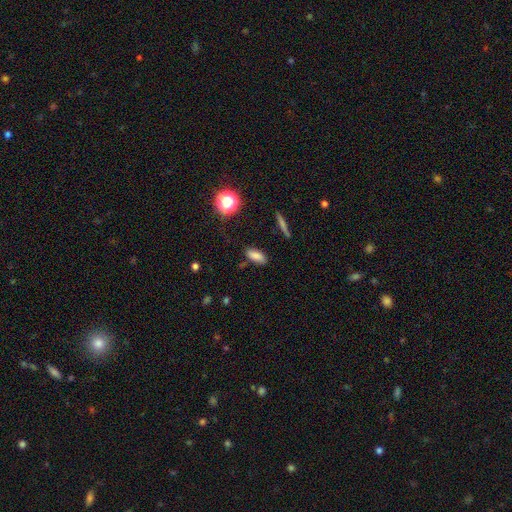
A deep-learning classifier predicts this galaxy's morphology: Q: Smooth or featured?
A: smooth (81%); runner-up: star or artifact (11%)
Q: How rounded?
A: in between (80%); runner-up: cigar-shaped (16%)
Q: Merging?
A: none (81%); runner-up: minor disturbance (14%)